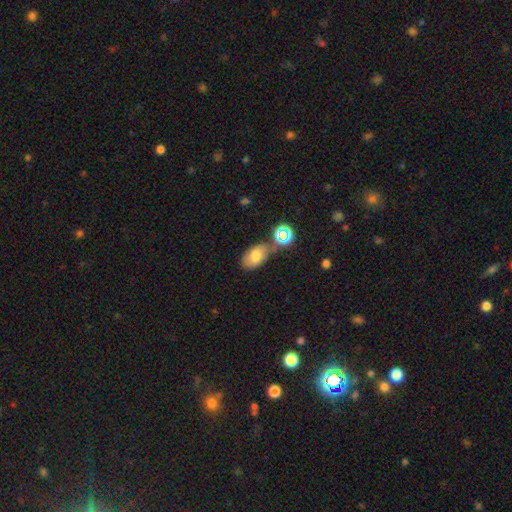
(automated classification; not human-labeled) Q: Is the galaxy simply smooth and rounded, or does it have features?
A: smooth — 67%.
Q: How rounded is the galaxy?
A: in between — 88%.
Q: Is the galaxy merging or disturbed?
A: none — 61%.